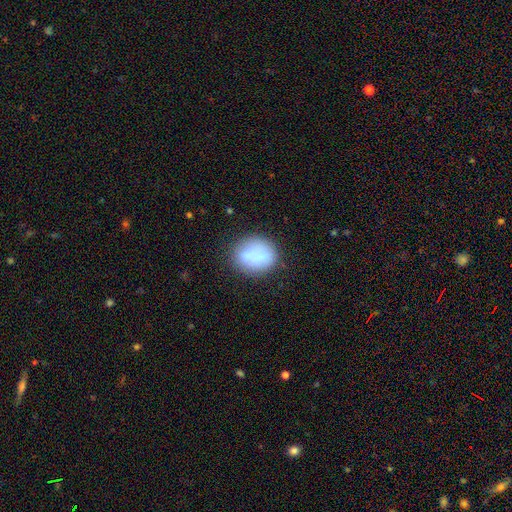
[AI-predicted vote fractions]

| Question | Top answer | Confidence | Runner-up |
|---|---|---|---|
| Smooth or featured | smooth | 78% | featured or disk (14%) |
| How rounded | round | 54% | in between (45%) |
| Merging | none | 64% | minor disturbance (20%) |